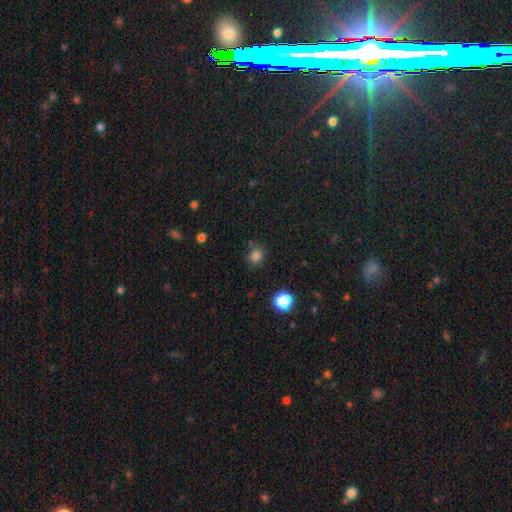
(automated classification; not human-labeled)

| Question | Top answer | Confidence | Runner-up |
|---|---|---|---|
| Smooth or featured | smooth | 80% | star or artifact (17%) |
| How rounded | round | 80% | in between (19%) |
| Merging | none | 76% | minor disturbance (15%) |